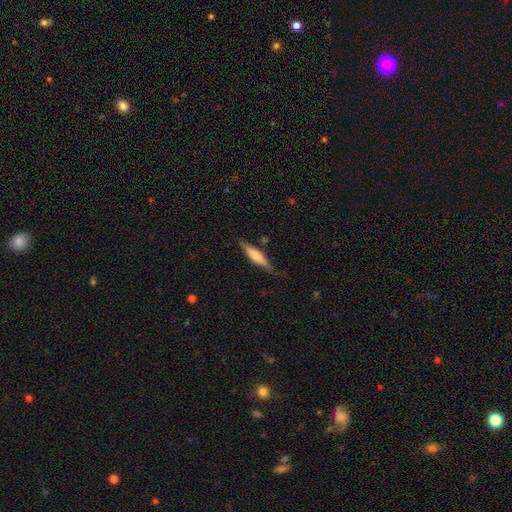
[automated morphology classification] Smooth or featured? smooth (48%)
Merging? none (74%)